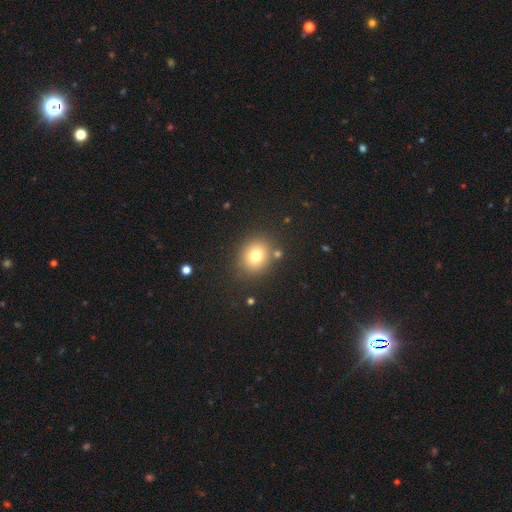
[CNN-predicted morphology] The model was most divided on "how rounded": round: 73%, in between: 26%, cigar-shaped: 1%. More confident: merging — none (82%); smooth or featured — smooth (75%).